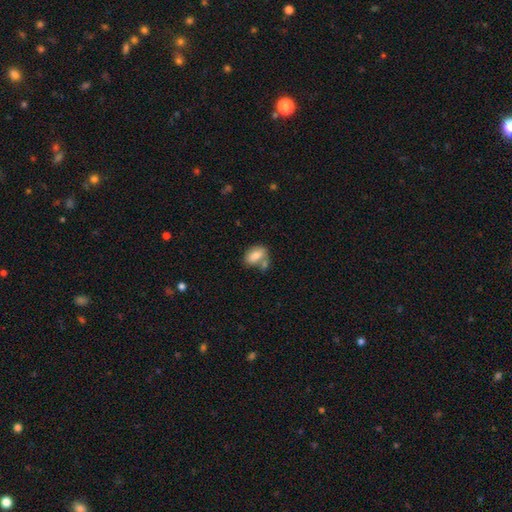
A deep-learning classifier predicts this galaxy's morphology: This appears to be a smooth galaxy with no disk features (77%) that is in between round and cigar-shaped (86%). Merging: none (44%).